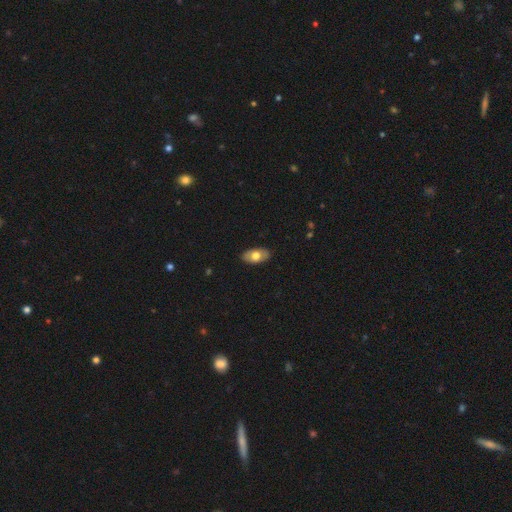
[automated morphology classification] Smooth or featured?
  - smooth: 66% *
  - featured or disk: 29%
  - star or artifact: 6%
How rounded?
  - in between: 93% *
  - round: 4%
  - cigar-shaped: 3%
Merging?
  - none: 86% *
  - minor disturbance: 11%
  - major disturbance: 2%
  - merger: 1%